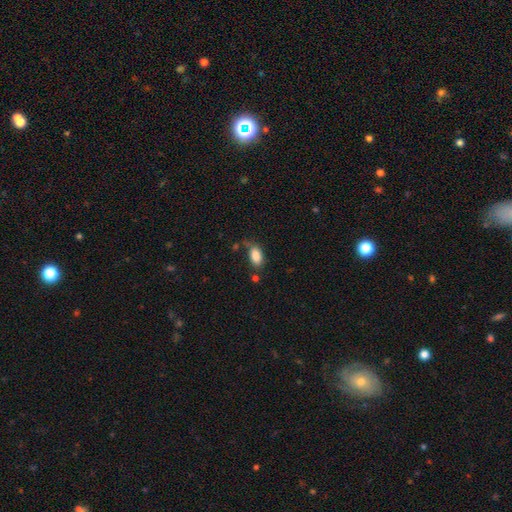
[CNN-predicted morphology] smooth-or-featured: smooth: 86% | star or artifact: 8% | featured or disk: 6%
  how-rounded: in between: 92% | round: 5% | cigar-shaped: 4%
  merging: none: 65% | minor disturbance: 21% | merger: 7% | major disturbance: 6%